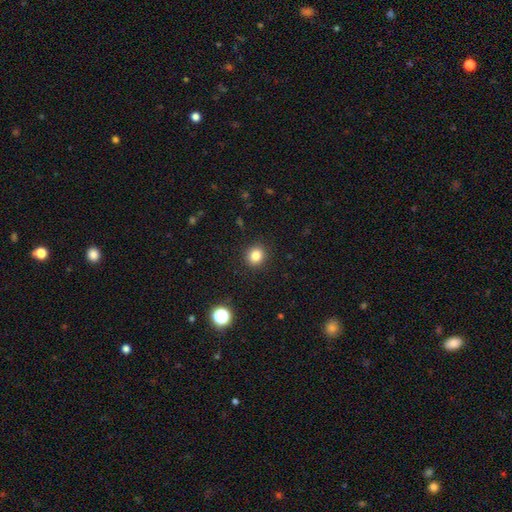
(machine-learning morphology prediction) The model was most divided on "how rounded": round: 79%, in between: 20%, cigar-shaped: 1%. More confident: merging — none (91%); smooth or featured — smooth (83%).